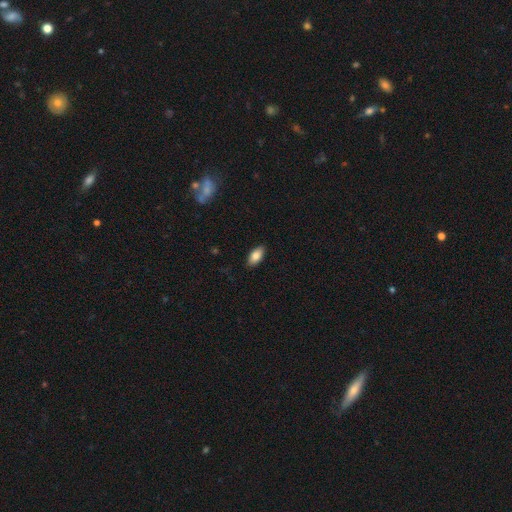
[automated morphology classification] smooth_or_featured: smooth (p=0.84) [alt: featured or disk p=0.09]
how_rounded: in between (p=0.92) [alt: cigar-shaped p=0.06]
merging: none (p=0.88) [alt: minor disturbance p=0.09]